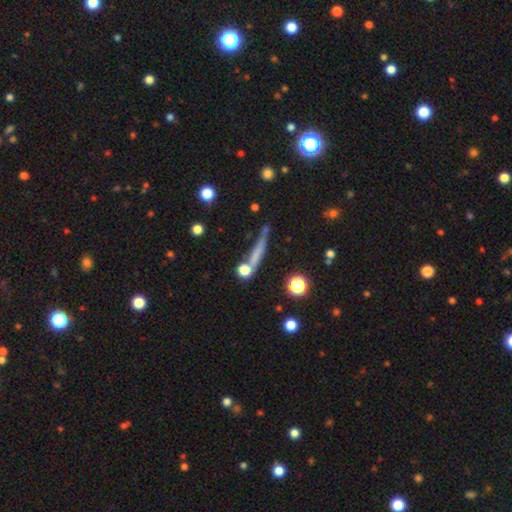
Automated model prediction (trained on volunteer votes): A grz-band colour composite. It shows a smooth galaxy with no disk features (58%) that is cigar-shaped (85%). Merging: none (66%).